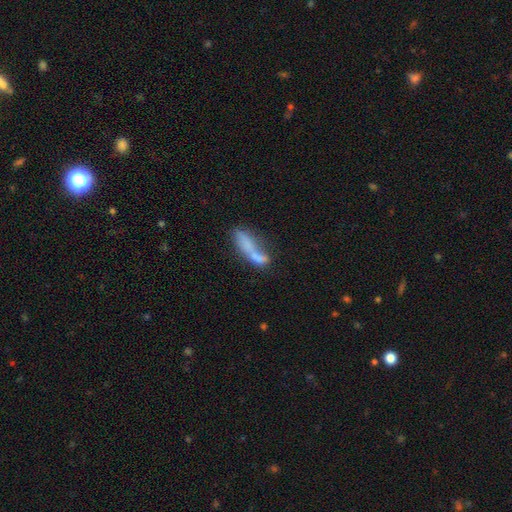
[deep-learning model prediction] Smooth or featured?
  - smooth: 63% *
  - featured or disk: 27%
  - star or artifact: 10%
How rounded?
  - cigar-shaped: 59% *
  - in between: 38%
  - round: 3%
Merging?
  - merger: 39% *
  - none: 31%
  - minor disturbance: 17%
  - major disturbance: 13%